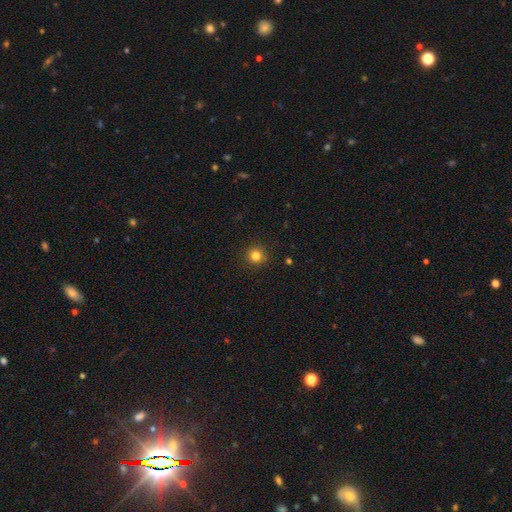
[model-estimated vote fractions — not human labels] Smooth or featured? Predicted: smooth (p=0.82). How rounded? Predicted: round (p=0.94). Merging? Predicted: none (p=0.91).